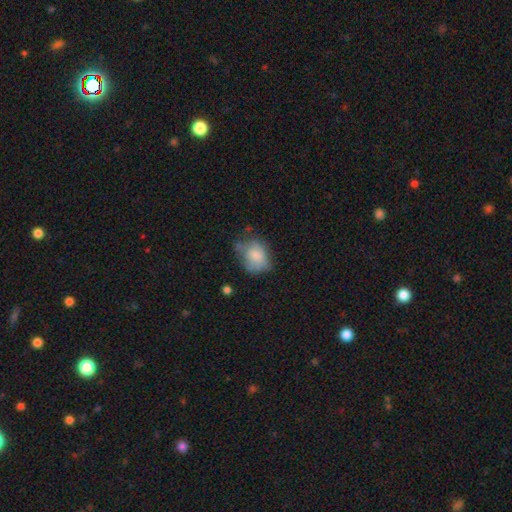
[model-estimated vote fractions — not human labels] smooth-or-featured: smooth: 71% | featured or disk: 21% | star or artifact: 8%
  how-rounded: in between: 58% | round: 41% | cigar-shaped: 1%
  merging: none: 39% | minor disturbance: 36% | major disturbance: 20% | merger: 5%